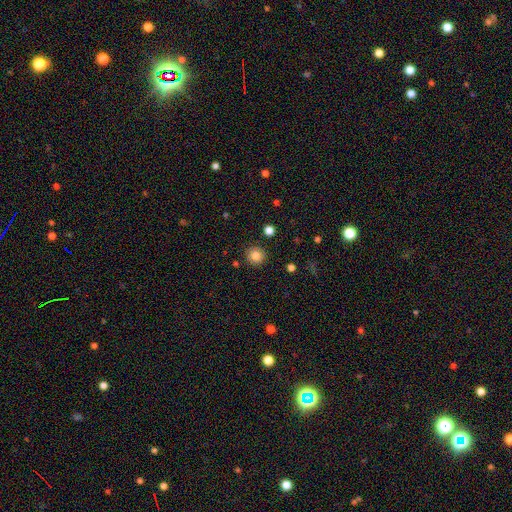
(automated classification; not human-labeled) This appears to be a smooth galaxy with no disk features (83%) that is round (94%). Merging: none (91%).